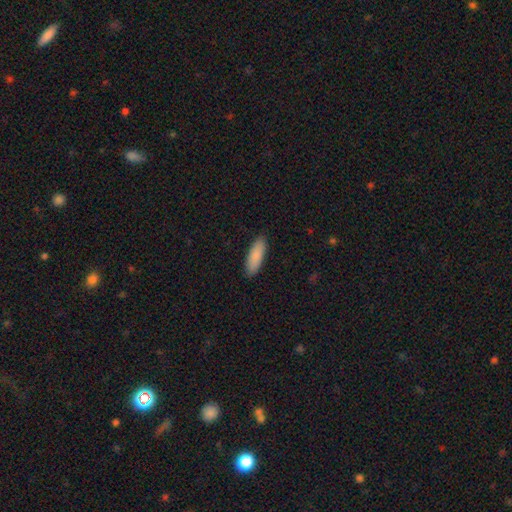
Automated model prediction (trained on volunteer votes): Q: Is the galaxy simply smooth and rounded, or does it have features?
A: smooth — 88%.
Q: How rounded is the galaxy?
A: in between — 59%.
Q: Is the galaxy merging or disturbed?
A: none — 89%.